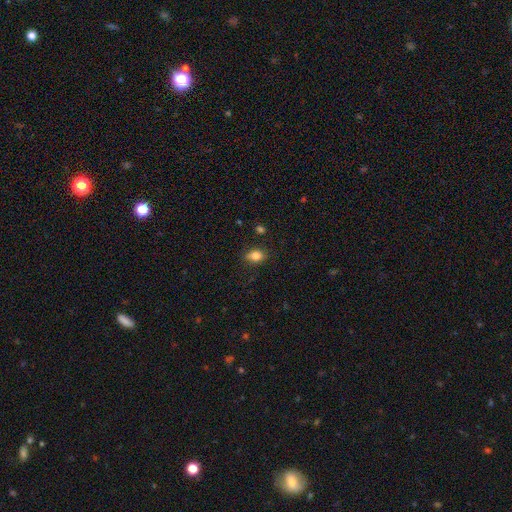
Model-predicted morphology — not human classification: The model was most divided on "how rounded": in between: 70%, round: 28%, cigar-shaped: 2%. More confident: smooth or featured — smooth (82%); merging — none (79%).